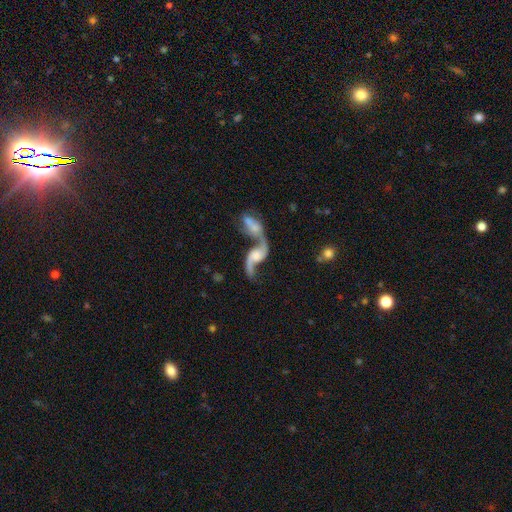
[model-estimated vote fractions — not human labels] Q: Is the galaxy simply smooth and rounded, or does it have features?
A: featured or disk — 84%.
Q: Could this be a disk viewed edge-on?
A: no — 93%.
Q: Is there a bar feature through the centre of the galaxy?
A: no — 57%.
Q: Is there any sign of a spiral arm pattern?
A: yes — 93%.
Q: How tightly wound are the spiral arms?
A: loose — 87%.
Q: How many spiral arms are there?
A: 2 — 90%.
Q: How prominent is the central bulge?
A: moderate — 31%.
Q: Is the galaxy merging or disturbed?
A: merger — 65%.